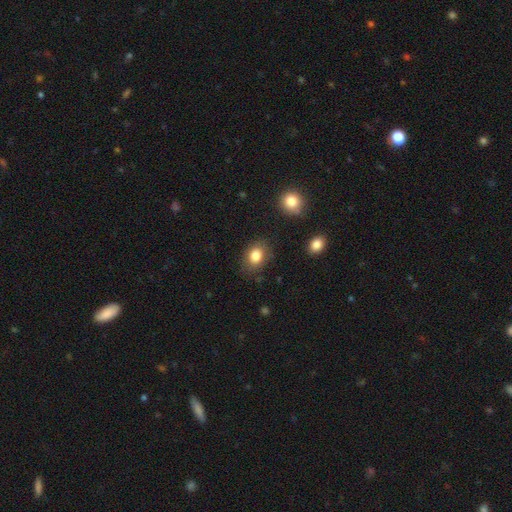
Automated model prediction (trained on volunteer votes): Overall: smooth (83%). How rounded: in between (62%; round 37%). Merging: none (80%).